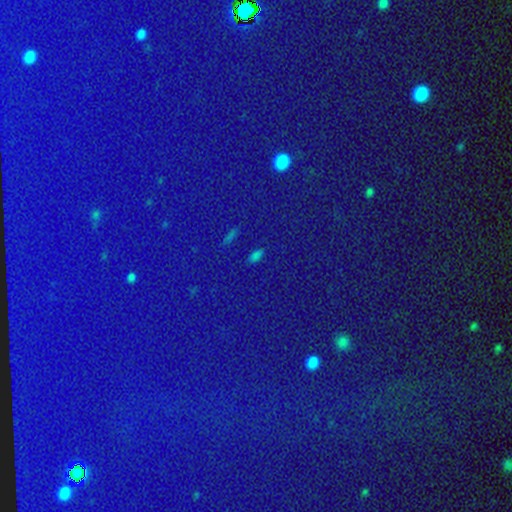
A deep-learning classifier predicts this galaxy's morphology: A star or artifact, not a galaxy (76%).

Vote fractions:
- Smooth or featured? star or artifact: 76% / smooth: 15% / featured or disk: 9%